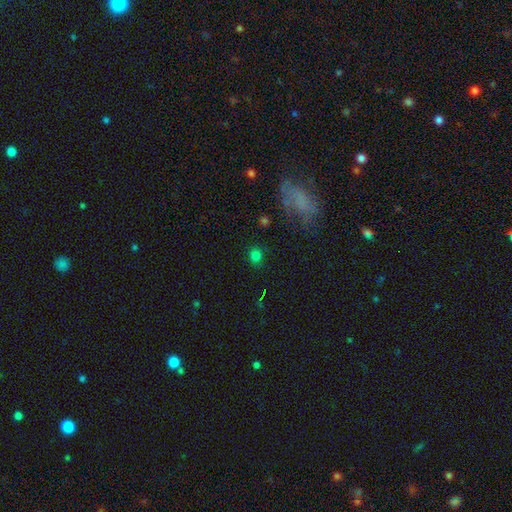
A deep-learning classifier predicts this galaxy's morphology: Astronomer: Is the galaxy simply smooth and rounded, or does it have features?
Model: smooth — 77%.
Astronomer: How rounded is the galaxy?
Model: round — 78%.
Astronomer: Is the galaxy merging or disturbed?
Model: none — 86%.